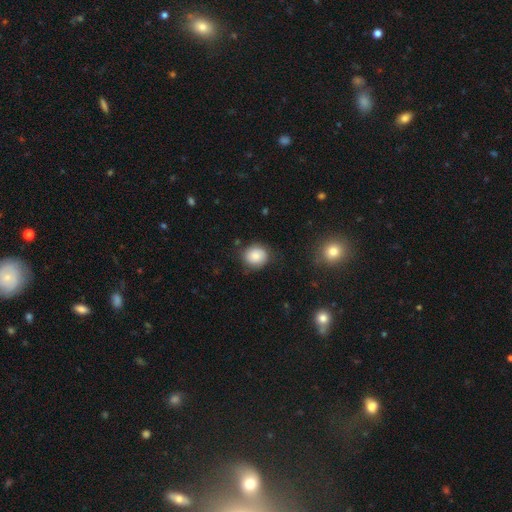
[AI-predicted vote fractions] smooth 83%, star or artifact 9%, featured or disk 8%. Down the decision tree: how rounded — round (78%); merging — none (79%).